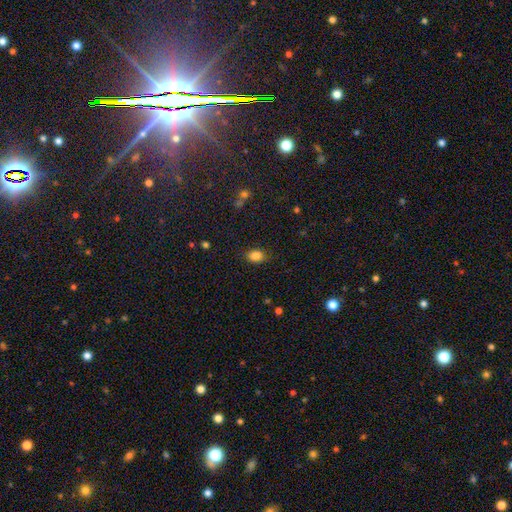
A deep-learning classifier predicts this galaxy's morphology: A smooth galaxy with no disk features (85%) that is in between round and cigar-shaped (68%).

Vote fractions:
- Smooth or featured? smooth: 85% / star or artifact: 10% / featured or disk: 5%
- How rounded? in between: 68% / round: 30% / cigar-shaped: 1%
- Merging? none: 83% / minor disturbance: 12% / major disturbance: 3% / merger: 1%